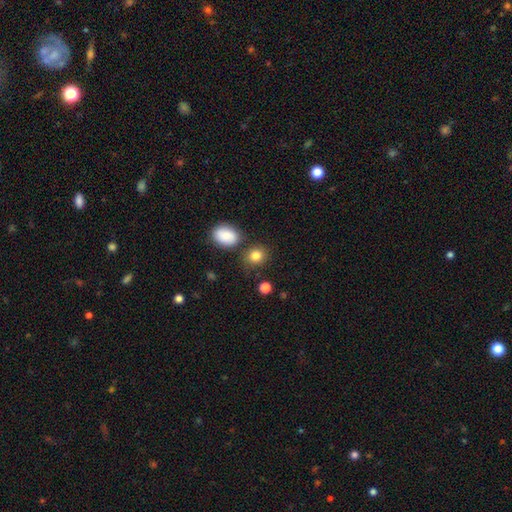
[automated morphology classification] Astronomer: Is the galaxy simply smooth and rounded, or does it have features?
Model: smooth — 83%.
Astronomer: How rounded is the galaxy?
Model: round — 69%.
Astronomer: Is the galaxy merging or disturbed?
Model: none — 77%.